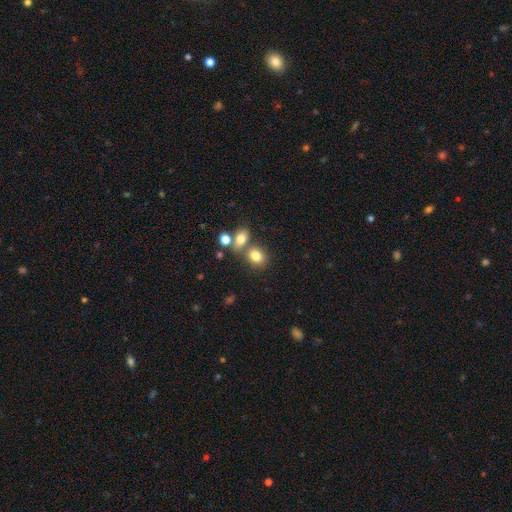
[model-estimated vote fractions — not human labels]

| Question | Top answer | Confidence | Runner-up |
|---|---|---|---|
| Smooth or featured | smooth | 80% | star or artifact (12%) |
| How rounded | round | 50% | in between (49%) |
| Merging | none | 55% | merger (30%) |